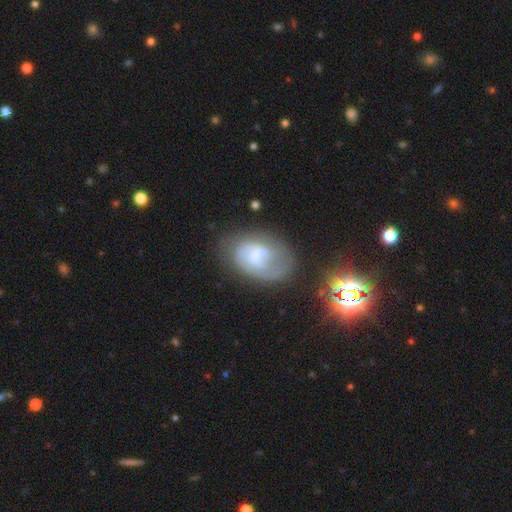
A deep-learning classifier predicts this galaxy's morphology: Smooth or featured: featured or disk — 57% (smooth — 33%)
Edge-on disk: no — 97% (yes — 3%)
Bar: no — 44% (tied with weak — 44%)
Spiral arms: yes — 70% (no — 30%)
Bulge size: none — 32% (small — 31%)
Merging: none — 48% (minor disturbance — 25%)